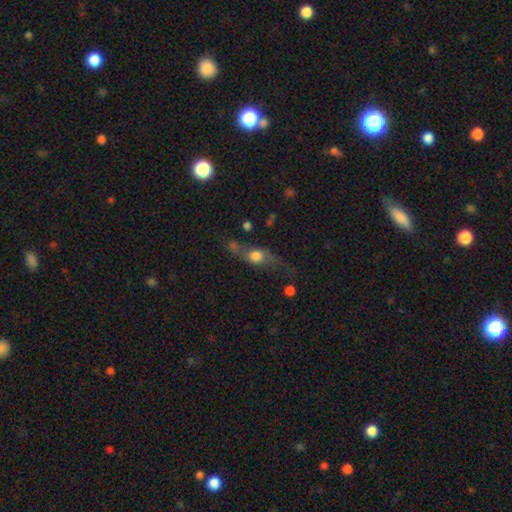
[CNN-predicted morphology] smooth-or-featured: smooth: 51% | featured or disk: 39% | star or artifact: 10%
  how-rounded: in between: 43% | cigar-shaped: 35% | round: 22%
  merging: none: 52% | minor disturbance: 23% | major disturbance: 16% | merger: 9%